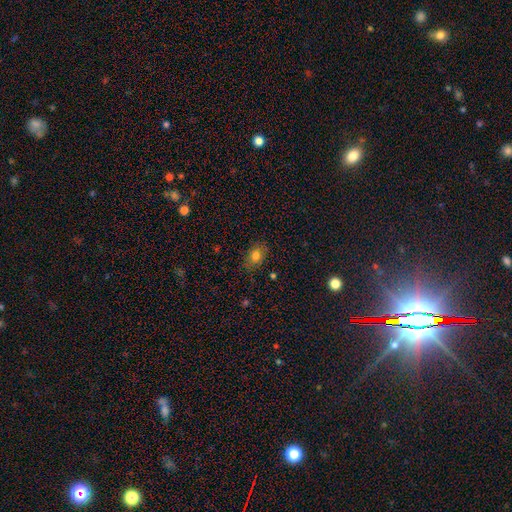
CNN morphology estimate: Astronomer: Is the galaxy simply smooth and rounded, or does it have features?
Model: smooth — 78%.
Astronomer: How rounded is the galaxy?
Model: in between — 73%.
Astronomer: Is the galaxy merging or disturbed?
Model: none — 82%.